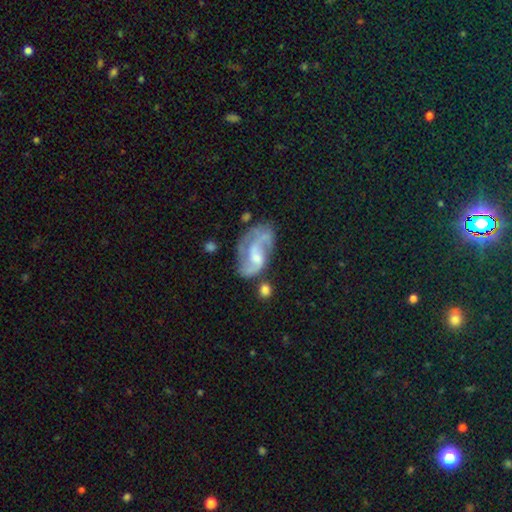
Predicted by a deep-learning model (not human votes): A featured or disk galaxy (79%) with no bar (49%), 2 (69%) medium (47%) spiral arms (90%) and a small central bulge (45%). Merging: none (44%).